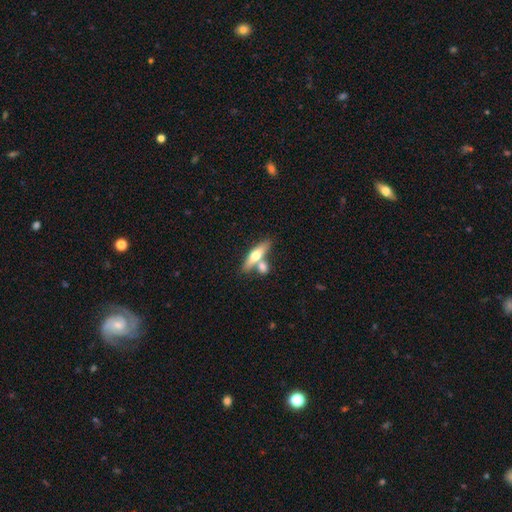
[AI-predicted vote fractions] Smooth or featured?
  - smooth: 52% *
  - featured or disk: 42%
  - star or artifact: 6%
How rounded?
  - cigar-shaped: 63% *
  - in between: 33%
  - round: 4%
Merging?
  - none: 52% *
  - merger: 35%
  - minor disturbance: 10%
  - major disturbance: 4%